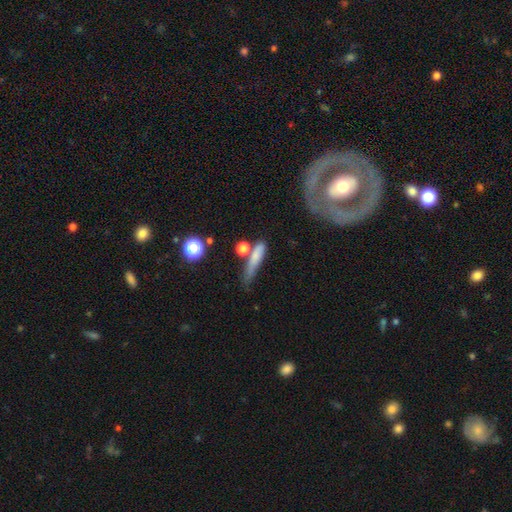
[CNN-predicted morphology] smooth 73%, featured or disk 17%, star or artifact 10%. Down the decision tree: how rounded — cigar-shaped (68%); merging — none (48%).